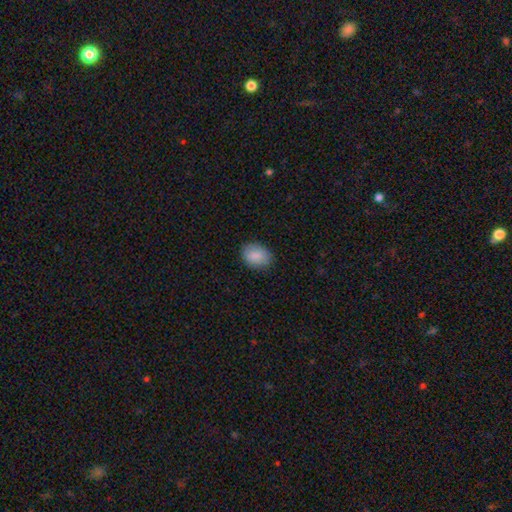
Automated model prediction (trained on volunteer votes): Smooth or featured: smooth — 87% (star or artifact — 7%)
How rounded: in between — 72% (round — 27%)
Merging: none — 84% (minor disturbance — 13%)